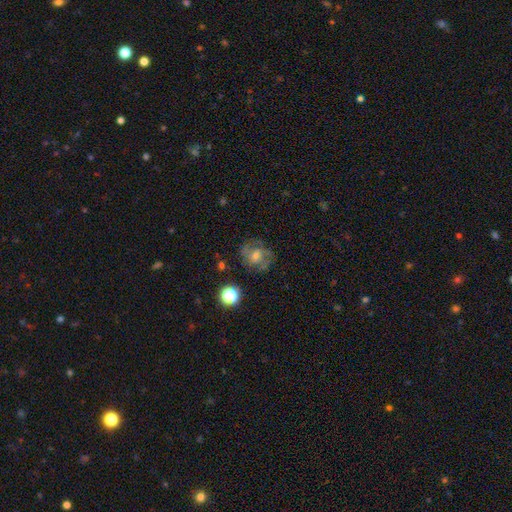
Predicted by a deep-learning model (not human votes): Smooth or featured: featured or disk — 45% (smooth — 43%)
Merging: none — 65% (minor disturbance — 20%)